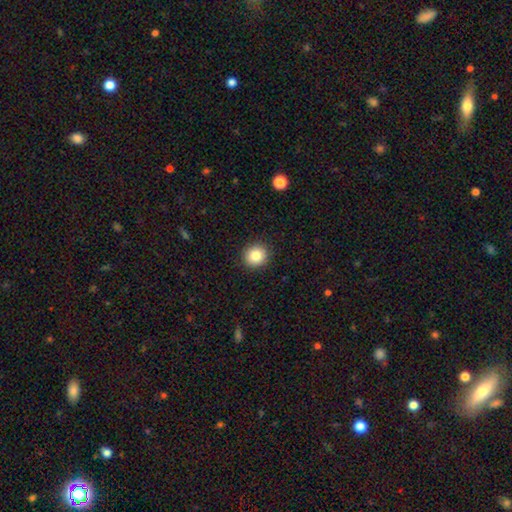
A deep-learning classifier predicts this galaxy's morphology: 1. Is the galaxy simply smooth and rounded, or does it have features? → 83% smooth, 10% star or artifact, 7% featured or disk.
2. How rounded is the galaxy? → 87% round, 13% in between, 1% cigar-shaped.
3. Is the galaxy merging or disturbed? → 91% none, 6% minor disturbance, 2% major disturbance, 1% merger.